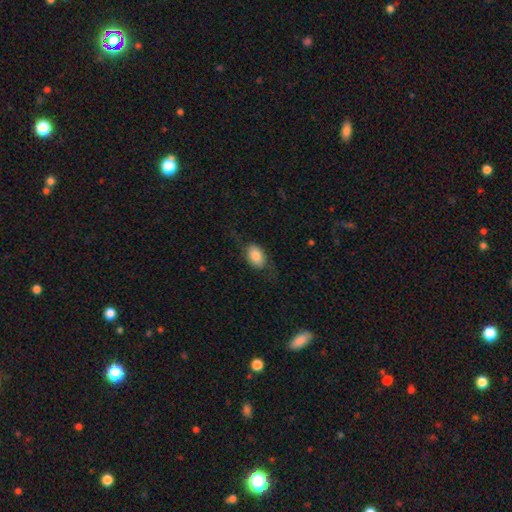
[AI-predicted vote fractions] smooth_or_featured: smooth (p=0.72) [alt: featured or disk p=0.21]
how_rounded: in between (p=0.88) [alt: round p=0.10]
merging: none (p=0.63) [alt: minor disturbance p=0.21]